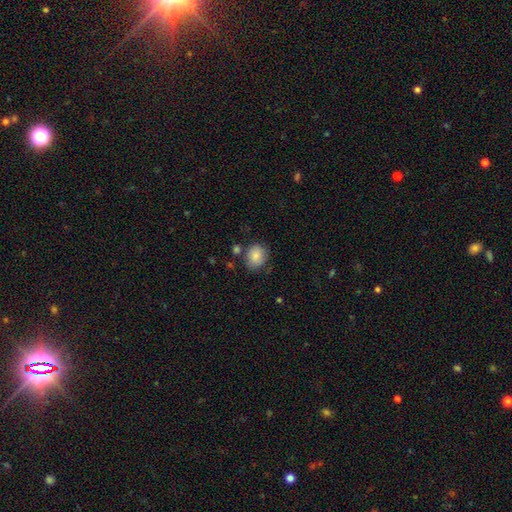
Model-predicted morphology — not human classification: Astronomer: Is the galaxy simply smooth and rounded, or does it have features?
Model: smooth — 85%.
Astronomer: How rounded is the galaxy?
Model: round — 60% (runner-up: in between, 39%).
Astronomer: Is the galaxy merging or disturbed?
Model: none — 72%.